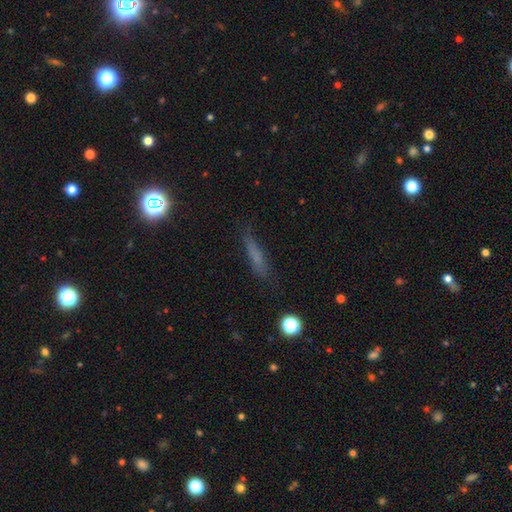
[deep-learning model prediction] Smooth or featured?
  - smooth: 62% *
  - featured or disk: 23%
  - star or artifact: 16%
How rounded?
  - cigar-shaped: 83% *
  - in between: 13%
  - round: 4%
Merging?
  - none: 77% *
  - minor disturbance: 16%
  - major disturbance: 5%
  - merger: 2%